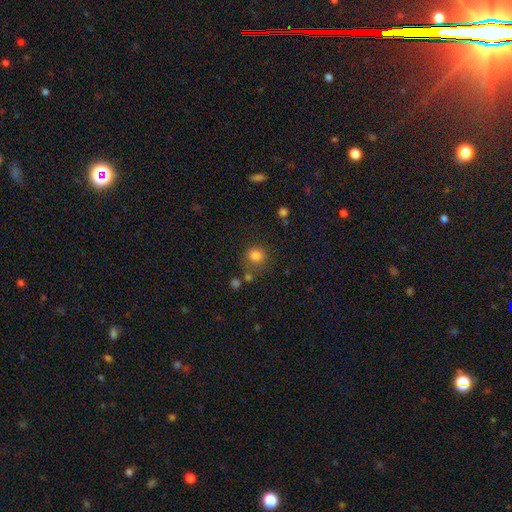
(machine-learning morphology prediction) Smooth or featured?
  - smooth: 81% *
  - star or artifact: 13%
  - featured or disk: 6%
How rounded?
  - round: 81% *
  - in between: 18%
  - cigar-shaped: 1%
Merging?
  - none: 71% *
  - minor disturbance: 14%
  - merger: 9%
  - major disturbance: 6%